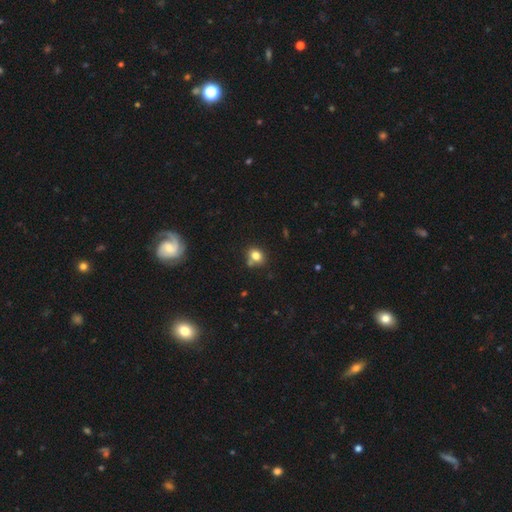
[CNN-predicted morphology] Smooth or featured? Predicted: smooth (p=0.79). How rounded? Predicted: round (p=0.63). Merging? Predicted: none (p=0.67).